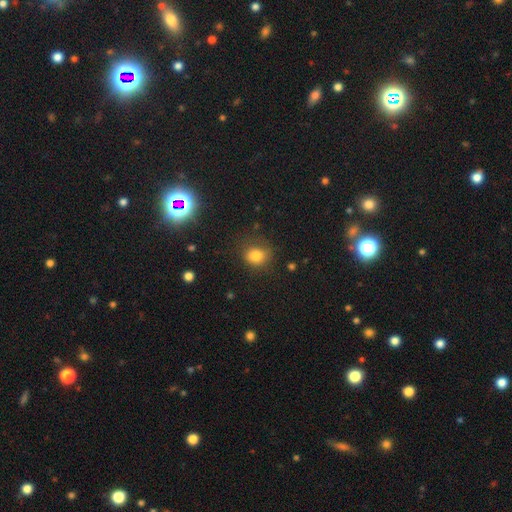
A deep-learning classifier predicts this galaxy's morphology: smooth_or_featured: smooth (p=0.80) [alt: star or artifact p=0.13]
how_rounded: round (p=0.63) [alt: in between p=0.36]
merging: none (p=0.74) [alt: minor disturbance p=0.17]